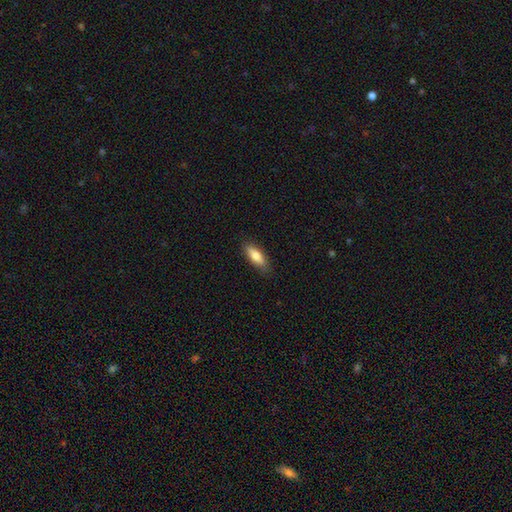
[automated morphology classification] A smooth galaxy with no disk features (78%) that is in between round and cigar-shaped (68%).

Vote fractions:
- Smooth or featured? smooth: 78% / featured or disk: 16% / star or artifact: 6%
- How rounded? in between: 68% / cigar-shaped: 30% / round: 2%
- Merging? none: 84% / minor disturbance: 13% / major disturbance: 2% / merger: 1%